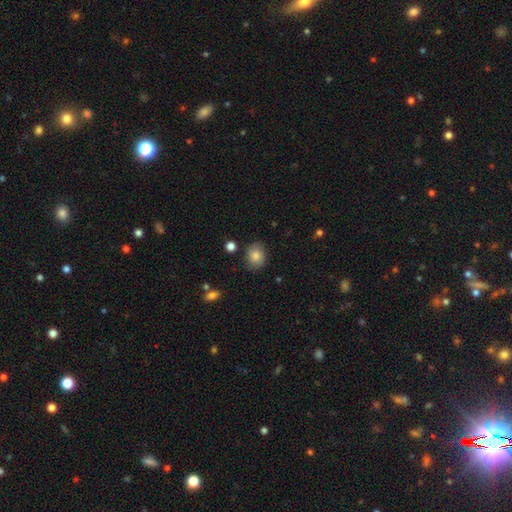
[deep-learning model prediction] smooth-or-featured: smooth: 82% | star or artifact: 9% | featured or disk: 9%
  how-rounded: round: 57% | in between: 42% | cigar-shaped: 1%
  merging: none: 79% | minor disturbance: 16% | major disturbance: 3% | merger: 2%